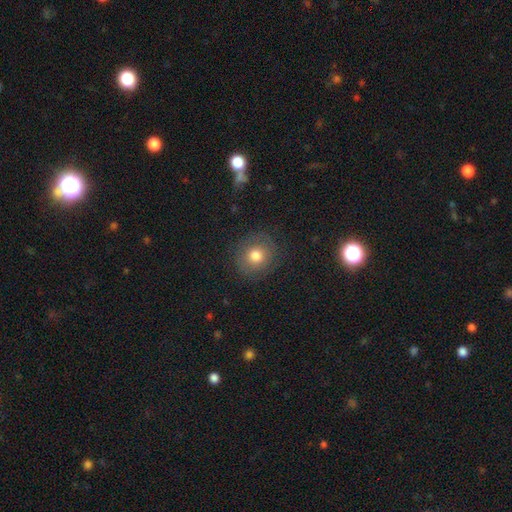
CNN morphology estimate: This is likely a smooth galaxy (74%). How rounded: clearly round (88%). Merging: clearly none (84%).